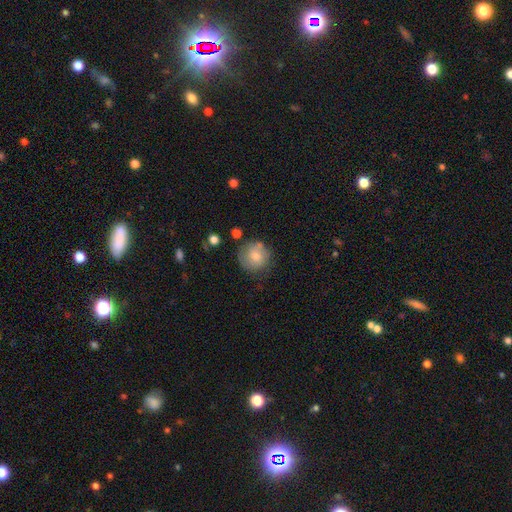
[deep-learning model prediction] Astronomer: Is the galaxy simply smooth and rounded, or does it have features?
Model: smooth — 72%.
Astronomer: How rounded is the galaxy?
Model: round — 90%.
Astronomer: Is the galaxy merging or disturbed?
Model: none — 67%.